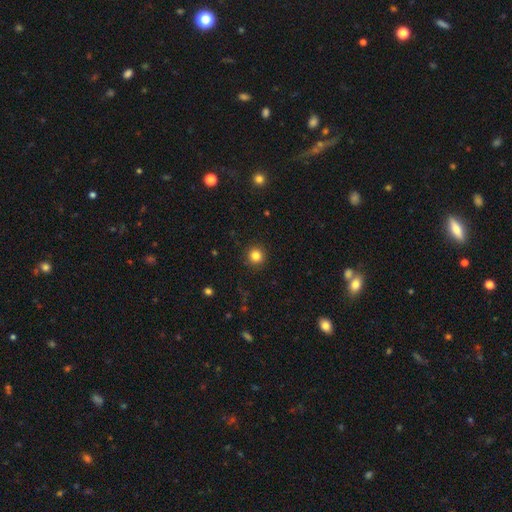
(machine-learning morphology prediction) smooth_or_featured: smooth (p=0.83) [alt: star or artifact p=0.12]
how_rounded: round (p=0.94) [alt: in between p=0.05]
merging: none (p=0.91) [alt: minor disturbance p=0.06]